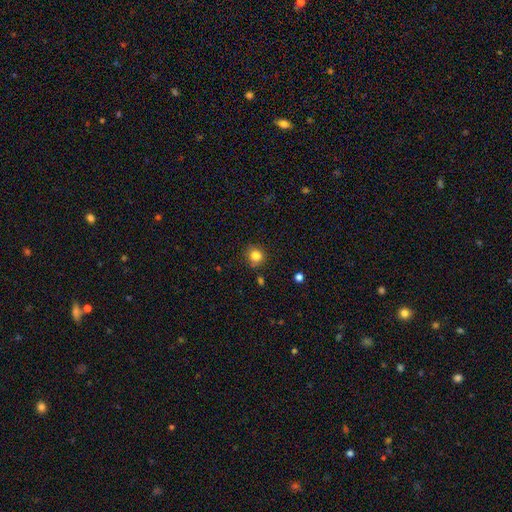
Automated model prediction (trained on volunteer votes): This is clearly a smooth galaxy (83%). How rounded: clearly round (89%). Merging: clearly none (82%).